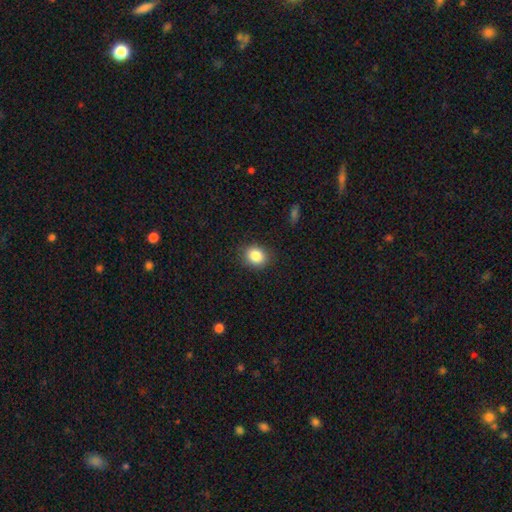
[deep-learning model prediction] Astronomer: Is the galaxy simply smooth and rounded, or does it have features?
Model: smooth — 85%.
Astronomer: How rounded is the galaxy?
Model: round — 62% (runner-up: in between, 38%).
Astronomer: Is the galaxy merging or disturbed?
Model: none — 86%.